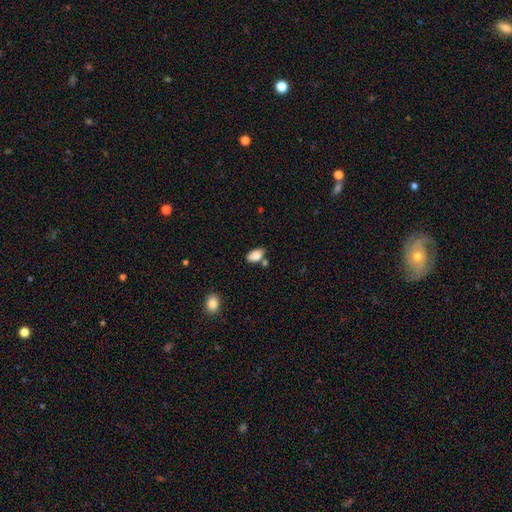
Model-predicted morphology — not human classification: smooth 86%, star or artifact 8%, featured or disk 6%. Down the decision tree: how rounded — in between (91%); merging — none (61%).